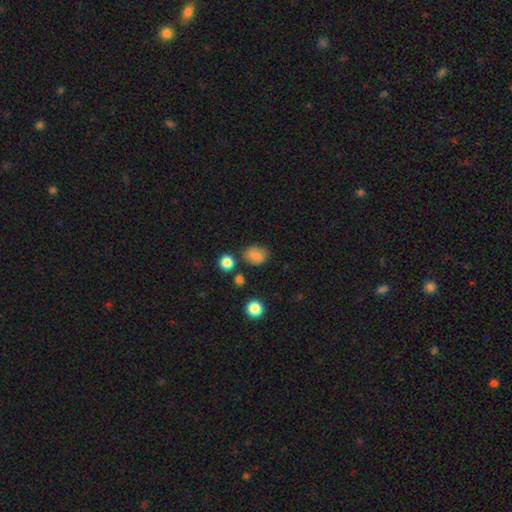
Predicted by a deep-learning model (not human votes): The model was most divided on "how rounded": round: 53%, in between: 45%, cigar-shaped: 1%. More confident: merging — none (74%); smooth or featured — smooth (69%).